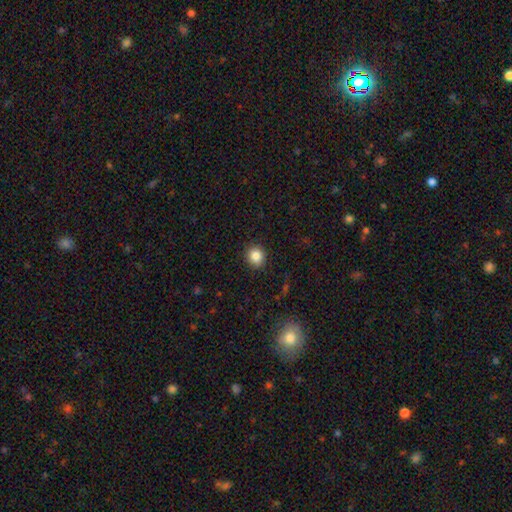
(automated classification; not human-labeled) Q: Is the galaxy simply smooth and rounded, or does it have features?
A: smooth — 84%.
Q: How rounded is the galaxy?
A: round — 83%.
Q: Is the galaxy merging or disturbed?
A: none — 90%.